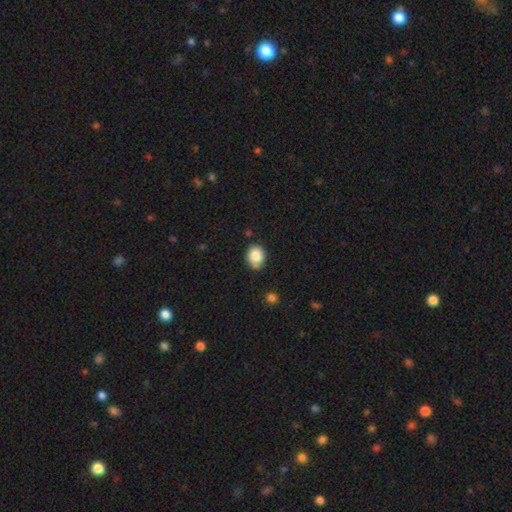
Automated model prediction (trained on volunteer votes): smooth_or_featured: smooth (p=0.85) [alt: star or artifact p=0.09]
how_rounded: round (p=0.63) [alt: in between p=0.36]
merging: none (p=0.73) [alt: minor disturbance p=0.19]